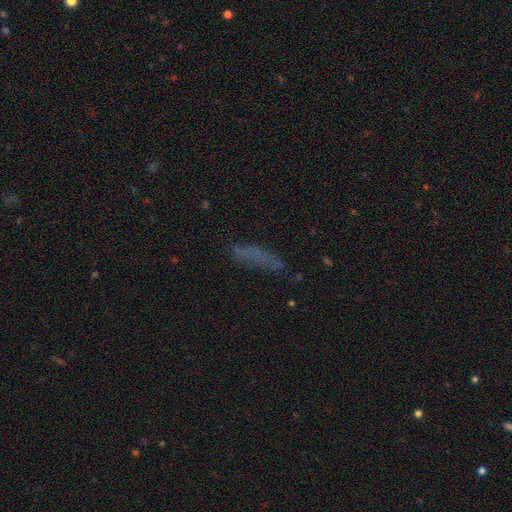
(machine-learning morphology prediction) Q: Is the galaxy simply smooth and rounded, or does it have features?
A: smooth — 59%.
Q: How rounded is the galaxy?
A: cigar-shaped — 72%.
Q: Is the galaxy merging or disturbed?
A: none — 66%.